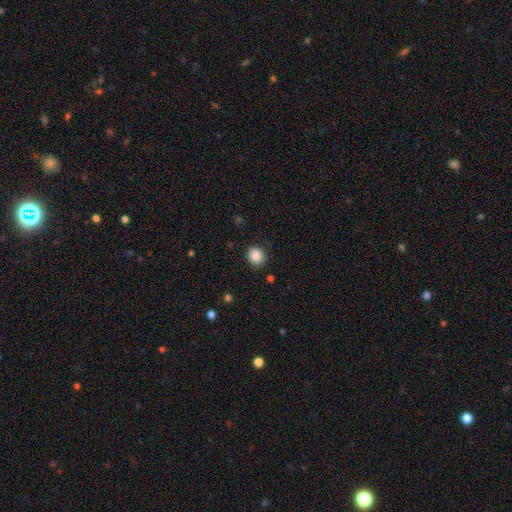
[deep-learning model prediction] smooth-or-featured: smooth: 88% | star or artifact: 9% | featured or disk: 3%
  how-rounded: round: 81% | in between: 18% | cigar-shaped: 1%
  merging: none: 88% | minor disturbance: 8% | major disturbance: 2% | merger: 1%